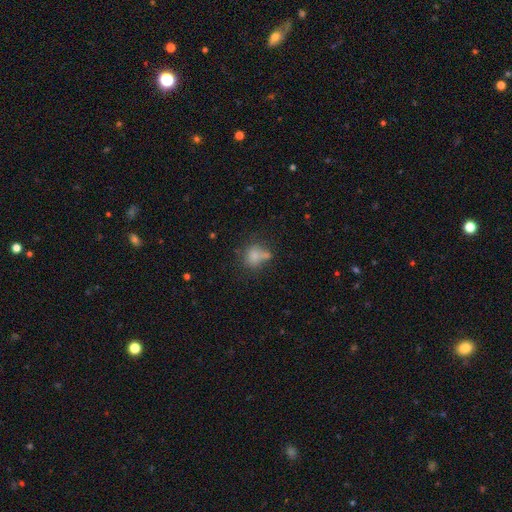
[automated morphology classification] smooth_or_featured: smooth (p=0.74) [alt: star or artifact p=0.13]
how_rounded: round (p=0.59) [alt: in between p=0.40]
merging: none (p=0.44) [alt: merger p=0.23]